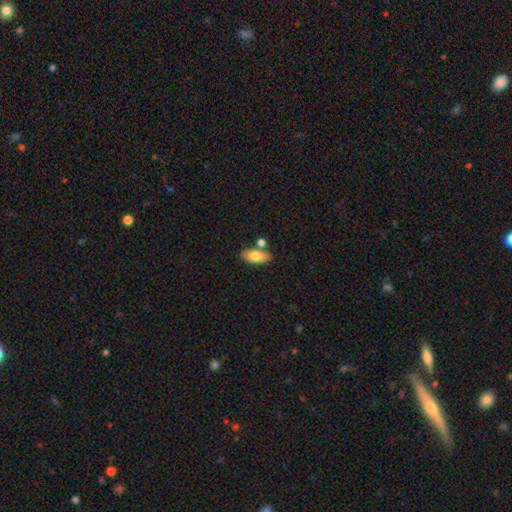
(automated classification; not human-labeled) Morphology: type=smooth (75%); roundness=in between (86%); merging=none (69%).